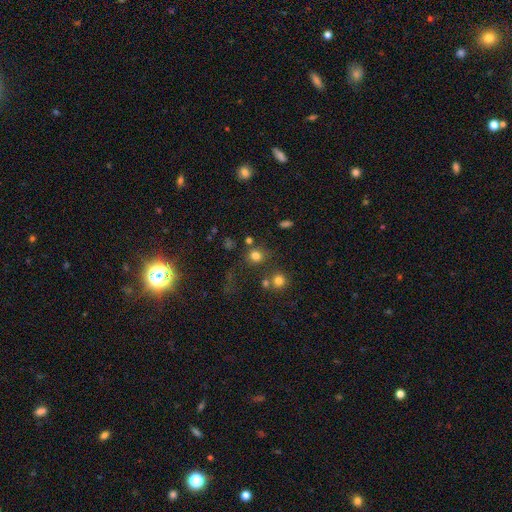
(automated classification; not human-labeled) smooth_or_featured: smooth (p=0.76) [alt: star or artifact p=0.17]
how_rounded: round (p=0.85) [alt: in between p=0.14]
merging: none (p=0.70) [alt: merger p=0.14]